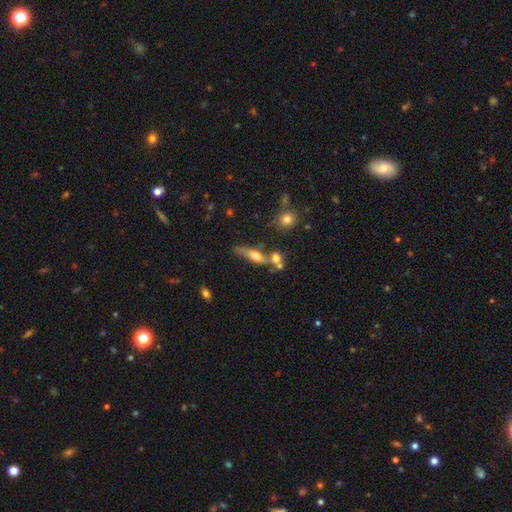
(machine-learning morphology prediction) Q: Smooth or featured?
A: featured or disk (49%); runner-up: smooth (41%)
Q: Merging?
A: none (46%); runner-up: merger (30%)